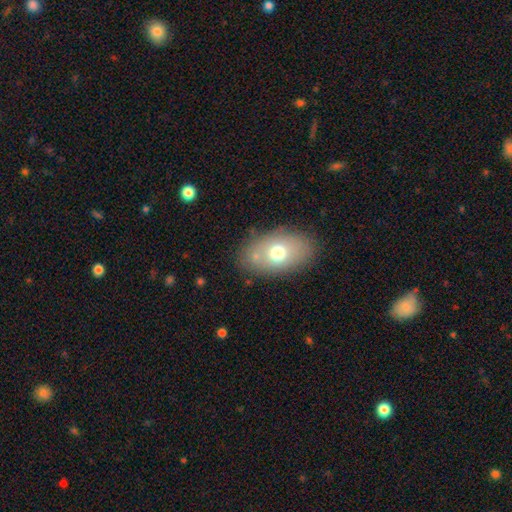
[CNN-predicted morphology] Smooth or featured? smooth (68%)
How rounded? in between (87%)
Merging? none (78%)